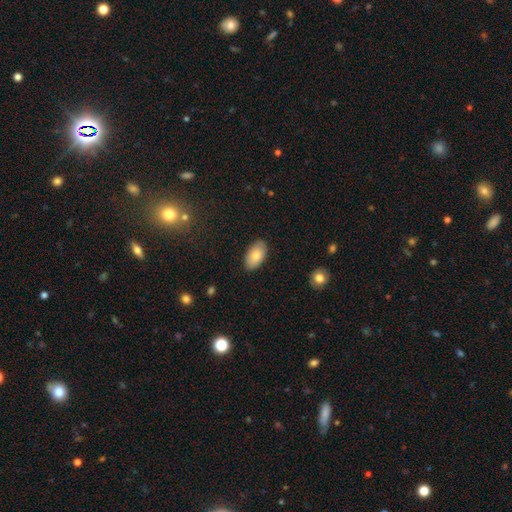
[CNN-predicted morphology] type=smooth (81%); roundness=in between (95%); merging=none (87%).